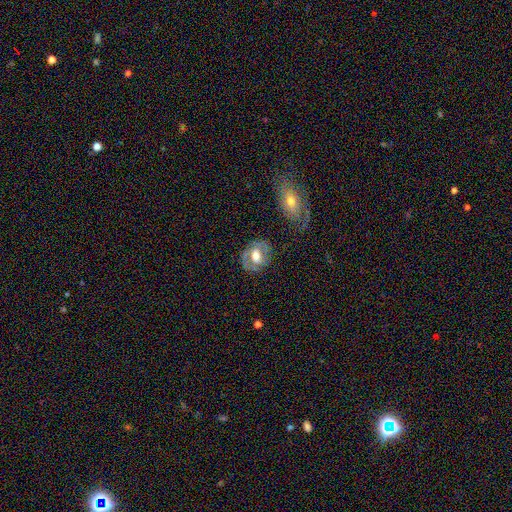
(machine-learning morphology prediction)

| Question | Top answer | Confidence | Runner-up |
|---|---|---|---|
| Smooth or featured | featured or disk | 63% | smooth (31%) |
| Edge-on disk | no | 95% | yes (5%) |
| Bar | no | 43% | weak (38%) |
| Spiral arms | yes | 65% | no (35%) |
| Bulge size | moderate | 60% | large (30%) |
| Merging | none | 71% | minor disturbance (18%) |